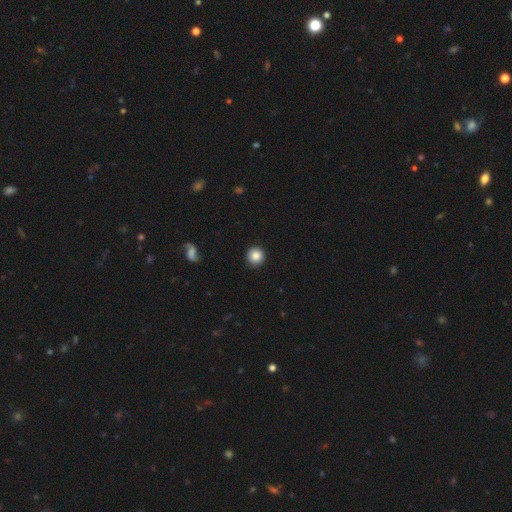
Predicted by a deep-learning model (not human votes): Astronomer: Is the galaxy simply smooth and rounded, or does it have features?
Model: smooth — 86%.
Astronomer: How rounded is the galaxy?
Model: round — 95%.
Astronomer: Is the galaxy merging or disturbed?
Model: none — 91%.